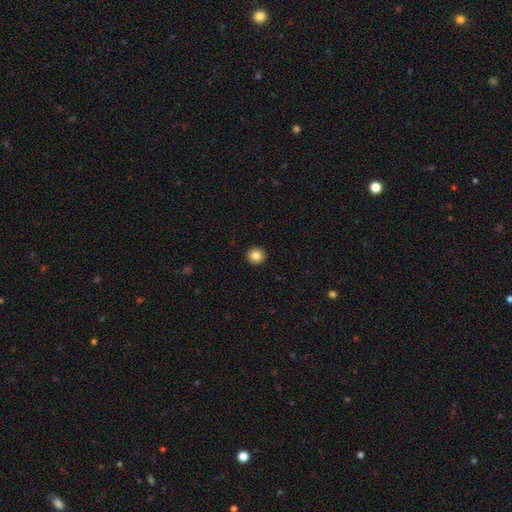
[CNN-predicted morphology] smooth-or-featured: smooth: 84% | star or artifact: 10% | featured or disk: 6%
  how-rounded: round: 92% | in between: 7% | cigar-shaped: 1%
  merging: none: 93% | minor disturbance: 4% | major disturbance: 1% | merger: 1%